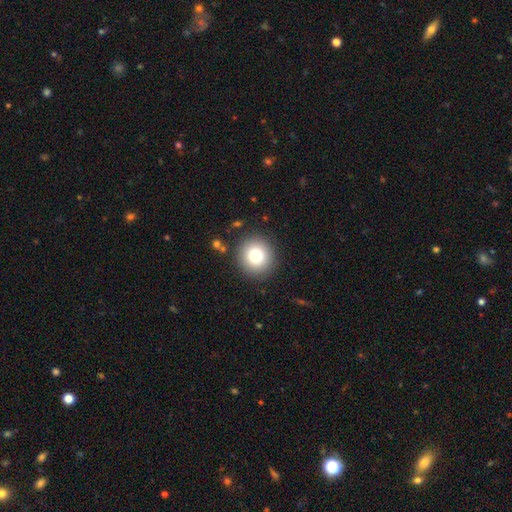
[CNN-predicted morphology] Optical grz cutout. It shows a smooth galaxy with no disk features (84%) that is round (92%). Merging: none (88%).